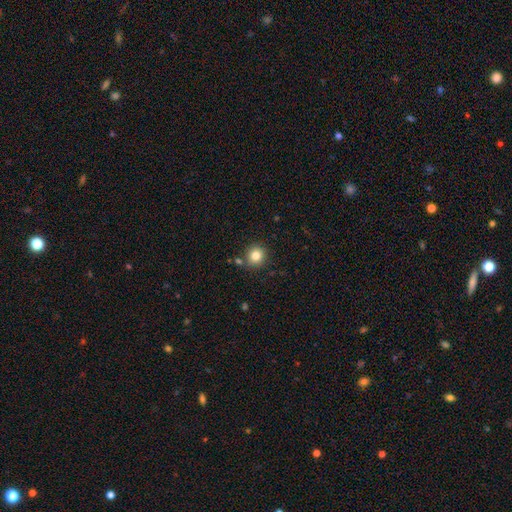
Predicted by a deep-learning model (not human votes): This is clearly a smooth galaxy (82%). How rounded: clearly round (90%). Merging: clearly none (82%).